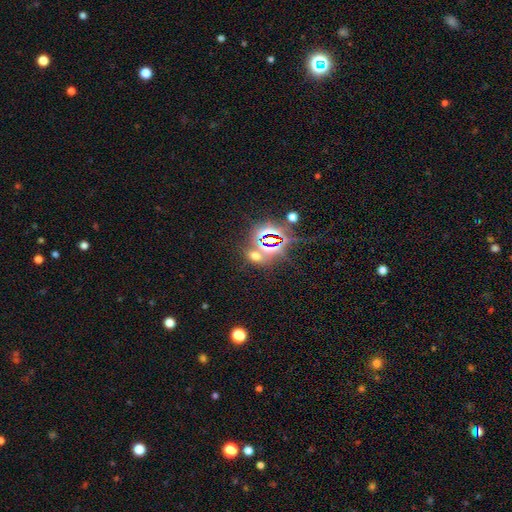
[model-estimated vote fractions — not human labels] Smooth or featured?
  - star or artifact: 58% *
  - smooth: 33%
  - featured or disk: 9%